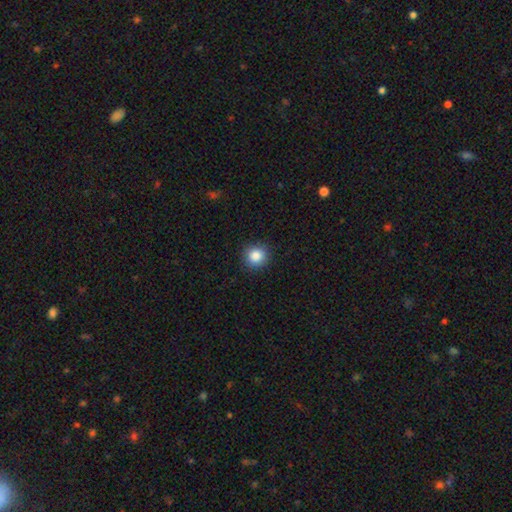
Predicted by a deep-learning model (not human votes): Smooth or featured?
  - smooth: 86% *
  - star or artifact: 10%
  - featured or disk: 4%
How rounded?
  - round: 90% *
  - in between: 9%
  - cigar-shaped: 1%
Merging?
  - none: 90% *
  - minor disturbance: 7%
  - major disturbance: 2%
  - merger: 1%